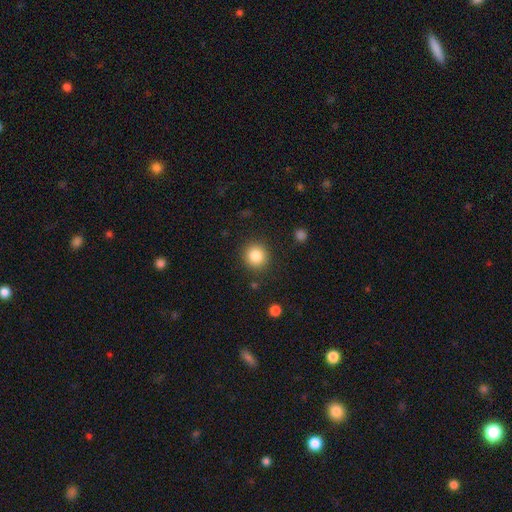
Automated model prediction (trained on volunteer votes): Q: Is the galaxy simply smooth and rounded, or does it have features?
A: smooth — 85%.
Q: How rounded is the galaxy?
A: round — 92%.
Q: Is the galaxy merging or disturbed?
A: none — 89%.